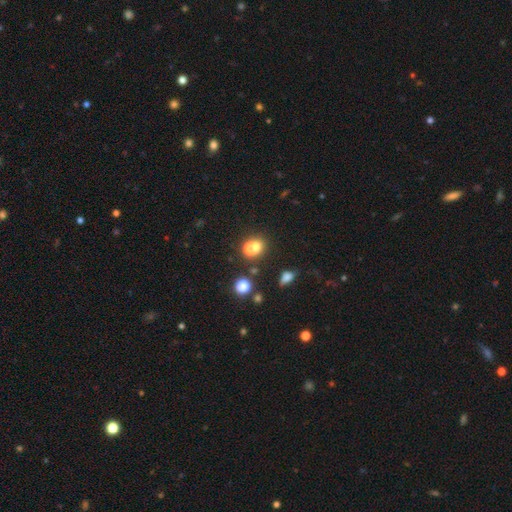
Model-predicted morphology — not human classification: Smooth or featured? Predicted: star or artifact (p=0.49).